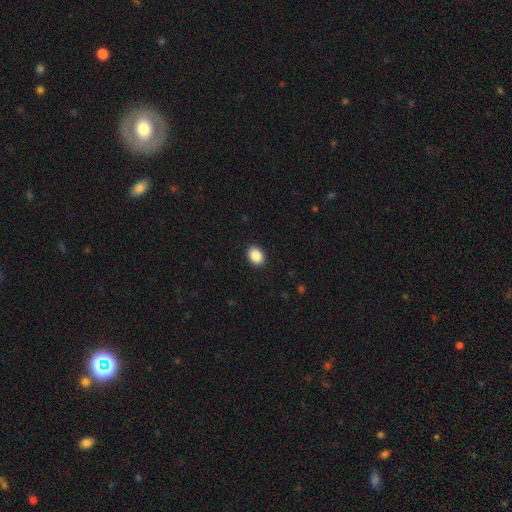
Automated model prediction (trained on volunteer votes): A smooth galaxy with no disk features (88%) that is in between round and cigar-shaped (56%). Merging: none (91%).